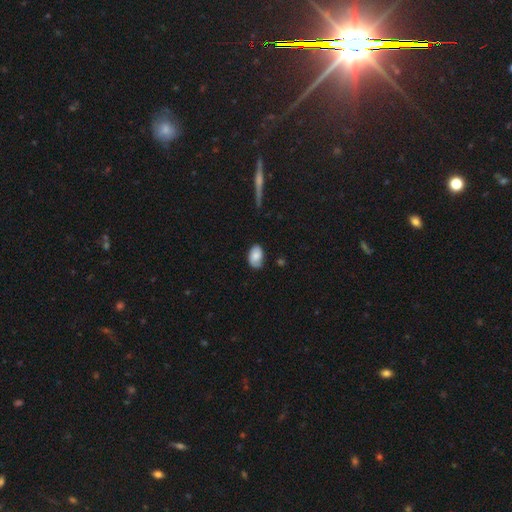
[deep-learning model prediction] smooth-or-featured: smooth: 79% | featured or disk: 14% | star or artifact: 7%
  how-rounded: in between: 90% | round: 9% | cigar-shaped: 1%
  merging: none: 72% | minor disturbance: 23% | major disturbance: 4% | merger: 2%